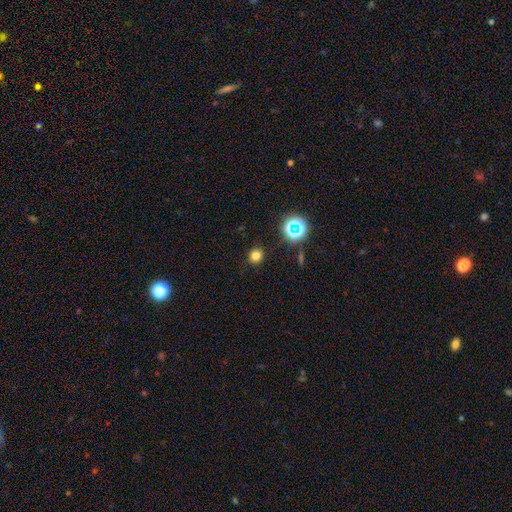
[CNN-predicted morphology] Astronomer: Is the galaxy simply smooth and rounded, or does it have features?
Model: smooth — 75%.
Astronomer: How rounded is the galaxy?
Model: round — 87%.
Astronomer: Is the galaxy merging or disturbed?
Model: none — 89%.